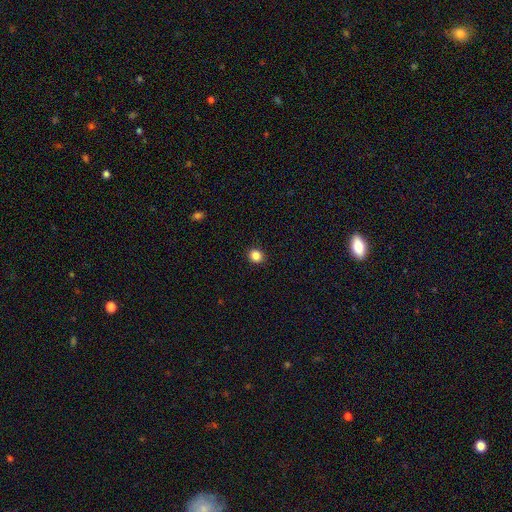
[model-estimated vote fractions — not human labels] A smooth galaxy with no disk features (86%) that is round (83%).

Vote fractions:
- Smooth or featured? smooth: 86% / star or artifact: 11% / featured or disk: 3%
- How rounded? round: 83% / in between: 16% / cigar-shaped: 1%
- Merging? none: 92% / minor disturbance: 5% / major disturbance: 2% / merger: 1%